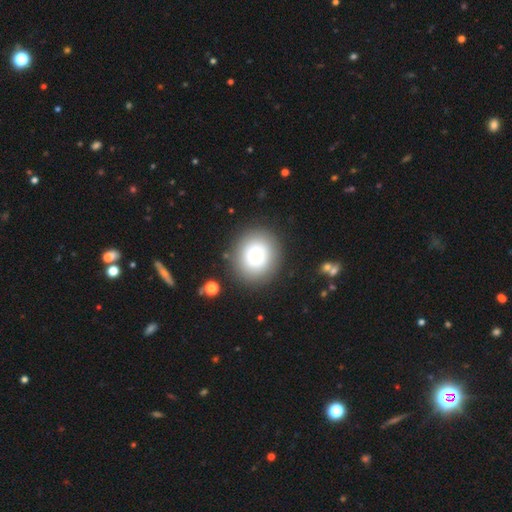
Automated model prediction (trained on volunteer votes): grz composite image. It shows a smooth galaxy with no disk features (69%) that is round (86%). Merging: none (85%).